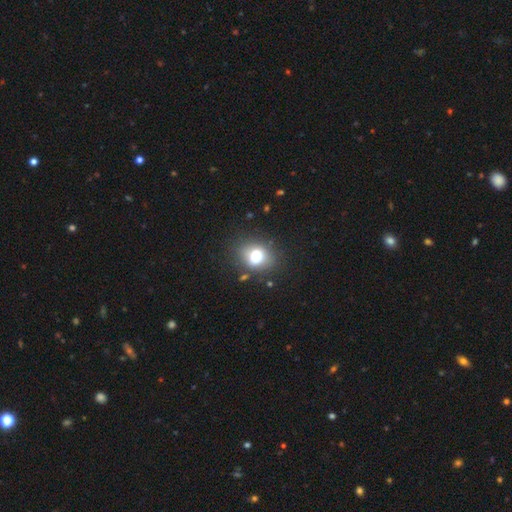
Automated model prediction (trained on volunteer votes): Q: Smooth or featured?
A: smooth (74%); runner-up: featured or disk (14%)
Q: How rounded?
A: round (54%); runner-up: in between (45%)
Q: Merging?
A: none (80%); runner-up: minor disturbance (12%)